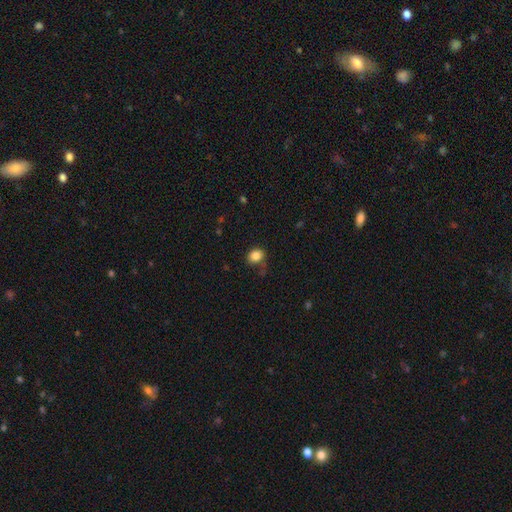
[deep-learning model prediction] smooth 84%, star or artifact 10%, featured or disk 6%. Down the decision tree: how rounded — round (61%); merging — none (70%).